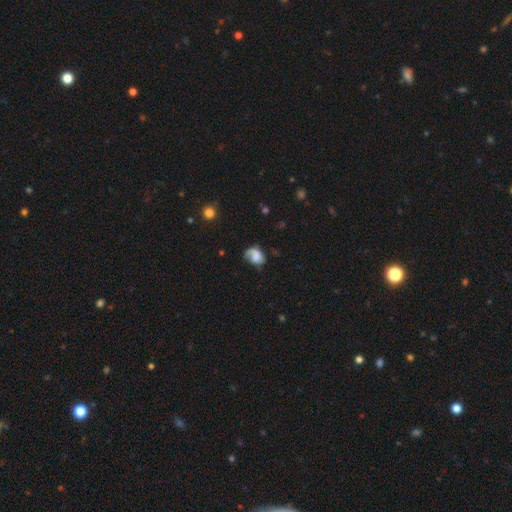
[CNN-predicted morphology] Smooth or featured: smooth — 52% (featured or disk — 39%)
How rounded: in between — 66% (round — 33%)
Merging: none — 41% (minor disturbance — 29%)